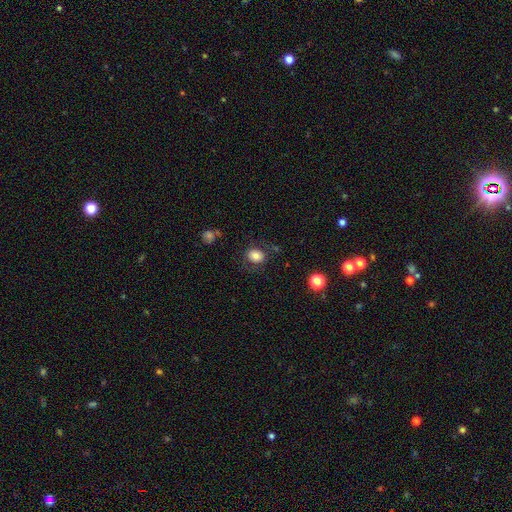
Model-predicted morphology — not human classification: smooth_or_featured: smooth (p=0.78) [alt: featured or disk p=0.12]
how_rounded: in between (p=0.50) [alt: round p=0.49]
merging: none (p=0.76) [alt: minor disturbance p=0.14]